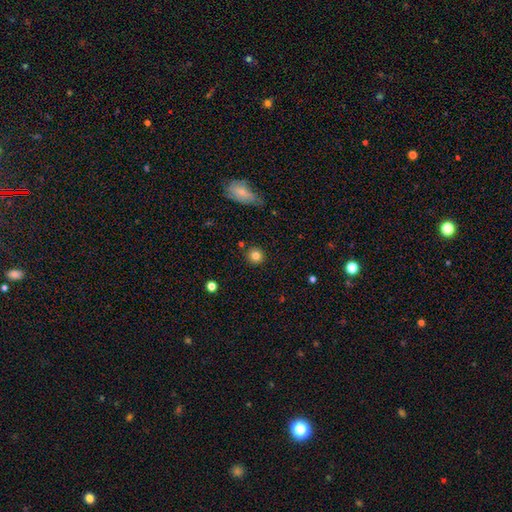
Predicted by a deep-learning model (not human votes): Smooth or featured? Predicted: smooth (p=0.82). How rounded? Predicted: round (p=0.92). Merging? Predicted: none (p=0.89).